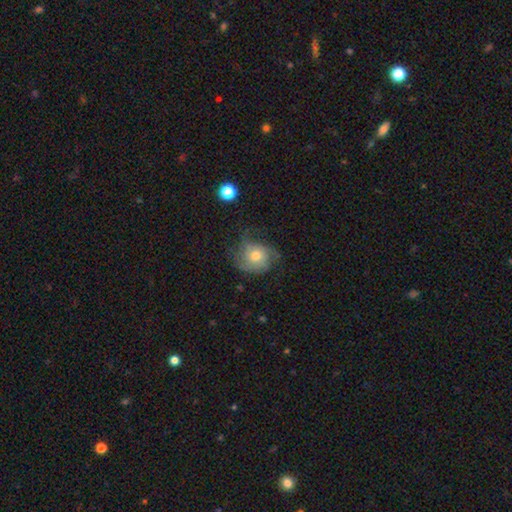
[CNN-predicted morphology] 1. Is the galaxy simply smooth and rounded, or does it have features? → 56% featured or disk, 34% smooth, 9% star or artifact.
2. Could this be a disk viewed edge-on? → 97% no, 3% yes.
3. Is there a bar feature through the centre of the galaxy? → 83% no, 15% weak, 2% strong.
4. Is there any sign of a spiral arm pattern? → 85% yes, 15% no.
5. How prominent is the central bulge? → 66% moderate, 23% small, 7% large, 2% none, 1% dominant.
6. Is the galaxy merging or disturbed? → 55% none, 25% minor disturbance, 18% major disturbance, 2% merger.